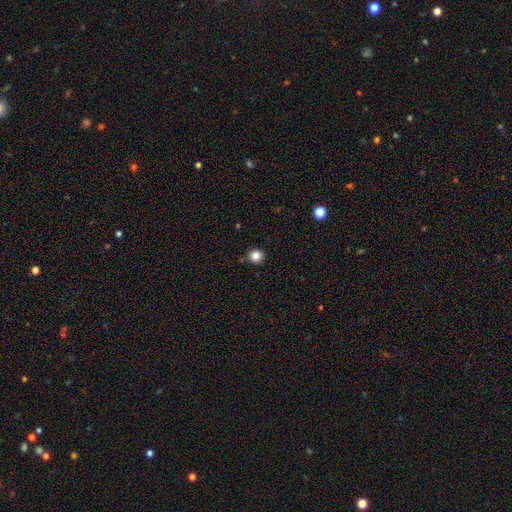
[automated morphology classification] A smooth galaxy with no disk features (84%) that is round (94%). Merging: none (90%).